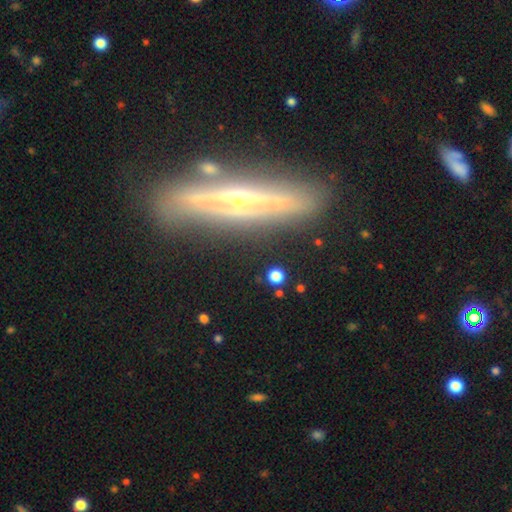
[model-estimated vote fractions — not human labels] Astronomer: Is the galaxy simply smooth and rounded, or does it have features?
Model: featured or disk — 79%.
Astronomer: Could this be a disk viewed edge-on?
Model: yes — 88%.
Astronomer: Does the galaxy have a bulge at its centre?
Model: rounded — 83%.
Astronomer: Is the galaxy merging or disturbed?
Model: none — 82%.